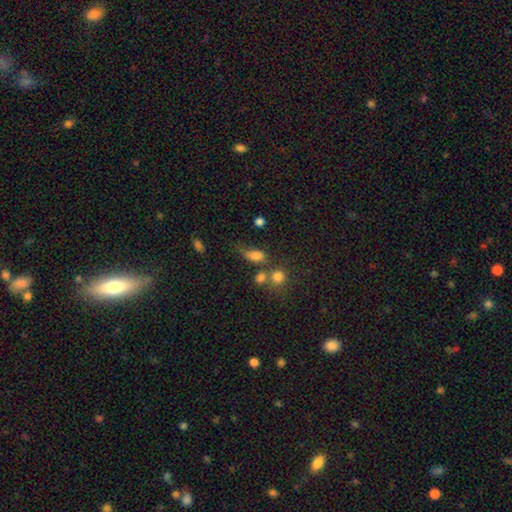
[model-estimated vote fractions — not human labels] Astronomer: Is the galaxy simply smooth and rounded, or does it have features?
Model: smooth — 77%.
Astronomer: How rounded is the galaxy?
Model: in between — 78%.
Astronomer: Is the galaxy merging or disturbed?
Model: none — 36% (runner-up: minor disturbance, 23%).